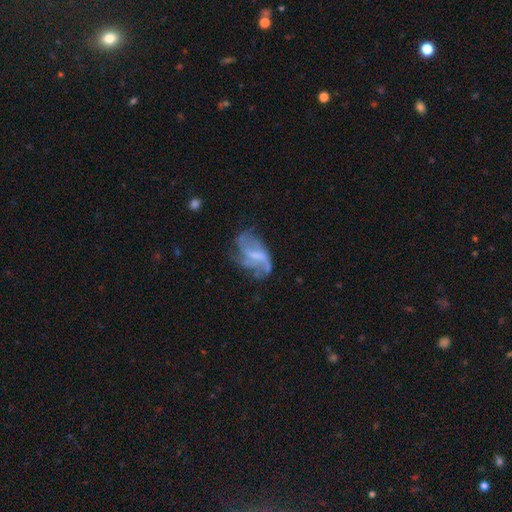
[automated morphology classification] This appears to be a featured or disk galaxy (67%) with a weak bar (46%), spiral arms (67%) and no central bulge (45%). Merging: none (39%).